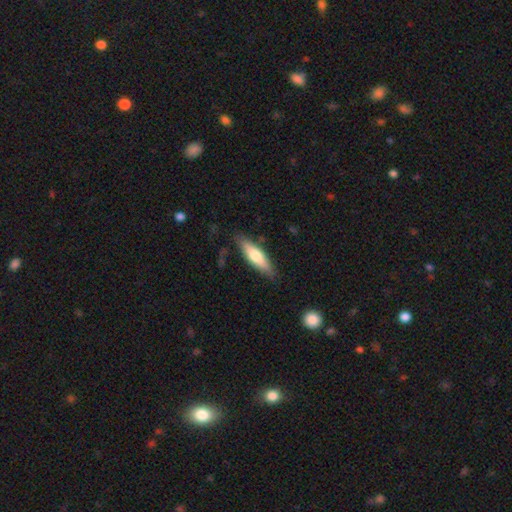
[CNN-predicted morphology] smooth 63%, featured or disk 31%, star or artifact 5%. Down the decision tree: how rounded — cigar-shaped (62%); merging — none (81%).